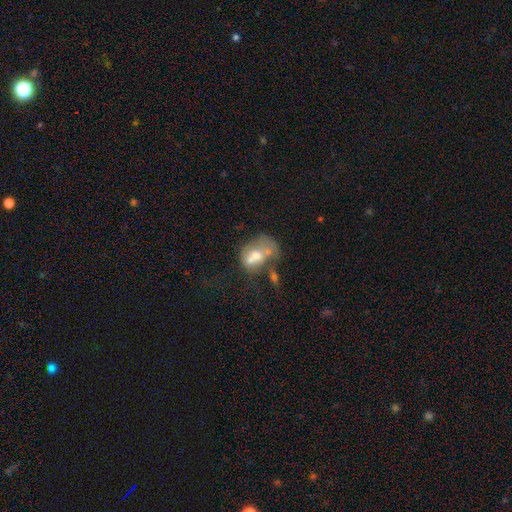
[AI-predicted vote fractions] Smooth or featured? Predicted: smooth (p=0.50). How rounded? Predicted: in between (p=0.68). Merging? Predicted: merger (p=0.45).